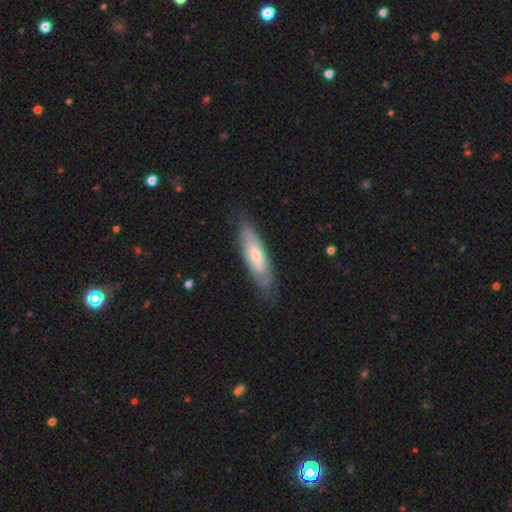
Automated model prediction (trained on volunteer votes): Q: Smooth or featured?
A: smooth (53%); runner-up: featured or disk (41%)
Q: How rounded?
A: cigar-shaped (55%); runner-up: in between (44%)
Q: Merging?
A: none (77%); runner-up: minor disturbance (18%)